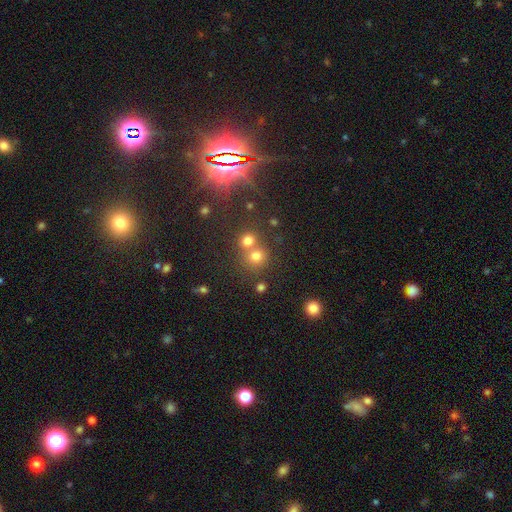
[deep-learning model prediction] smooth 73%, star or artifact 18%, featured or disk 9%. Down the decision tree: how rounded — round (85%); merging — none (49%).